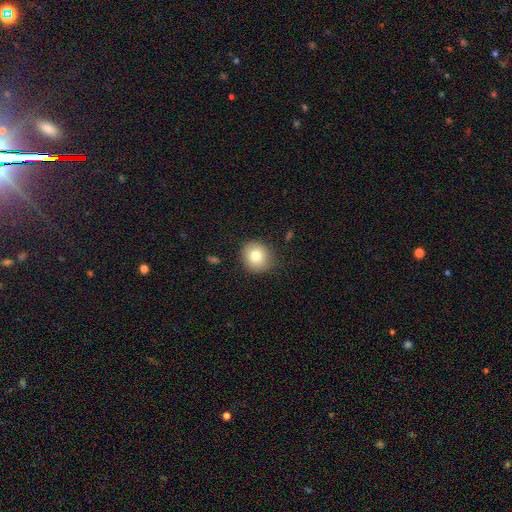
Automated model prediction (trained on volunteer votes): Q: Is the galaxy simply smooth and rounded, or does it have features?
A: smooth — 80%.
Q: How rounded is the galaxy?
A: round — 79%.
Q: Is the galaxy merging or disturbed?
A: none — 85%.